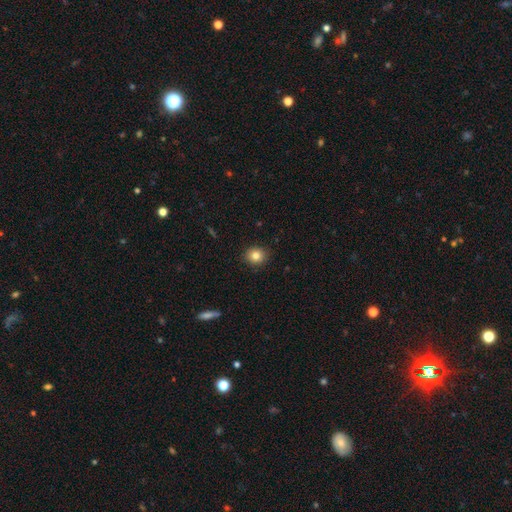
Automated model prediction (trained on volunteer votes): Smooth or featured? Predicted: smooth (p=0.82). How rounded? Predicted: round (p=0.75). Merging? Predicted: none (p=0.90).